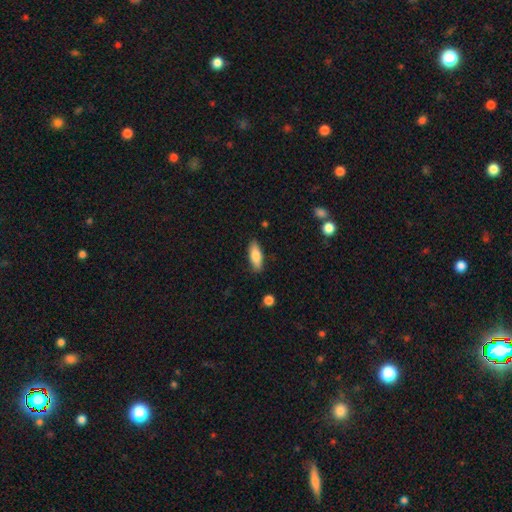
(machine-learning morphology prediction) type=smooth (80%); roundness=in between (70%); merging=none (86%).